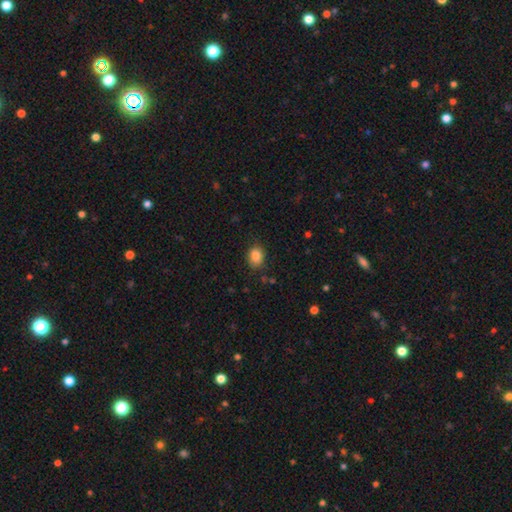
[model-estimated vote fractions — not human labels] The model was most divided on "how rounded": in between: 56%, round: 43%, cigar-shaped: 1%. More confident: smooth or featured — smooth (86%); merging — none (77%).